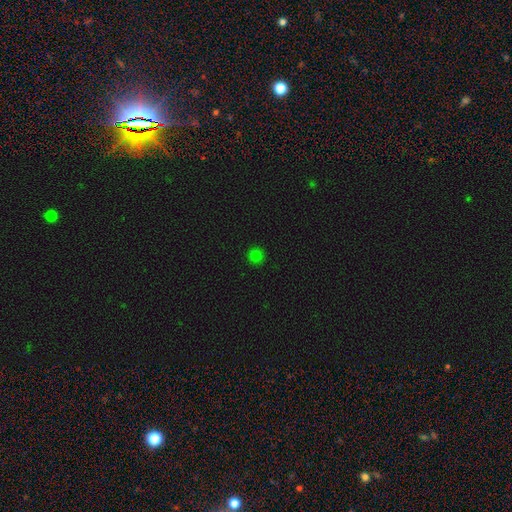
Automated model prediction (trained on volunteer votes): smooth 79%, star or artifact 16%, featured or disk 5%. Down the decision tree: how rounded — round (95%); merging — none (92%).